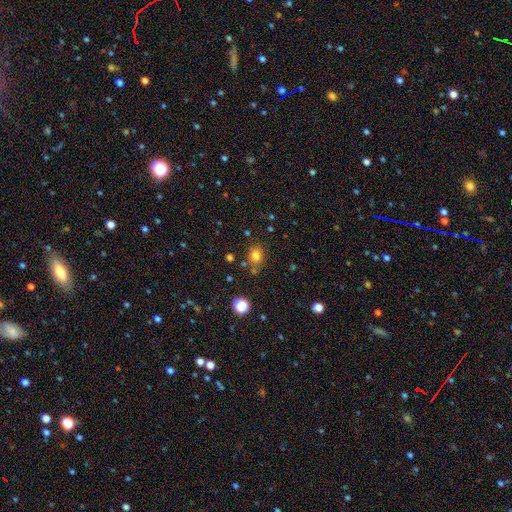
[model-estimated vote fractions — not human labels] The model was most divided on "how rounded": round: 57%, in between: 42%, cigar-shaped: 1%. More confident: smooth or featured — smooth (77%); merging — none (71%).